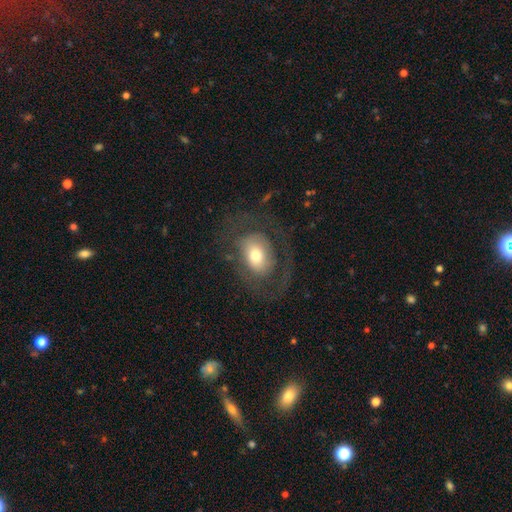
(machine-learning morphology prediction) smooth_or_featured: smooth (p=0.50) [alt: featured or disk p=0.43]
merging: none (p=0.55) [alt: major disturbance p=0.27]